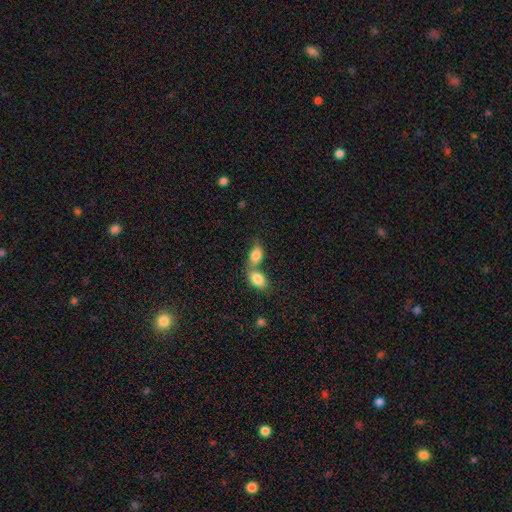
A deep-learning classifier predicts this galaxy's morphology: Smooth or featured: smooth — 82% (featured or disk — 10%)
How rounded: in between — 81% (round — 17%)
Merging: merger — 64% (none — 24%)